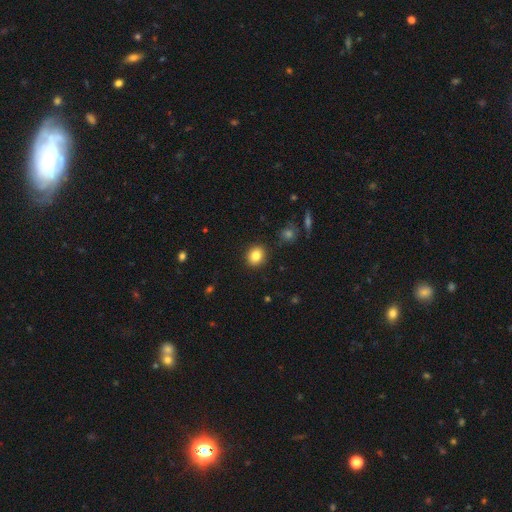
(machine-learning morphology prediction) Smooth or featured: smooth — 83% (star or artifact — 10%)
How rounded: round — 75% (in between — 24%)
Merging: none — 90% (minor disturbance — 6%)